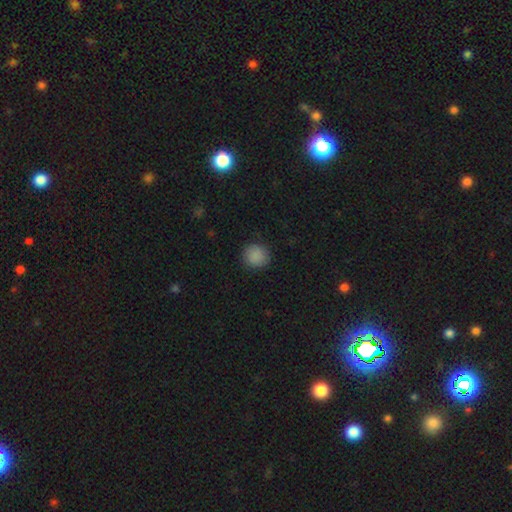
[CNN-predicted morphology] A smooth galaxy with no disk features (88%) that is round (90%). Merging: none (90%).